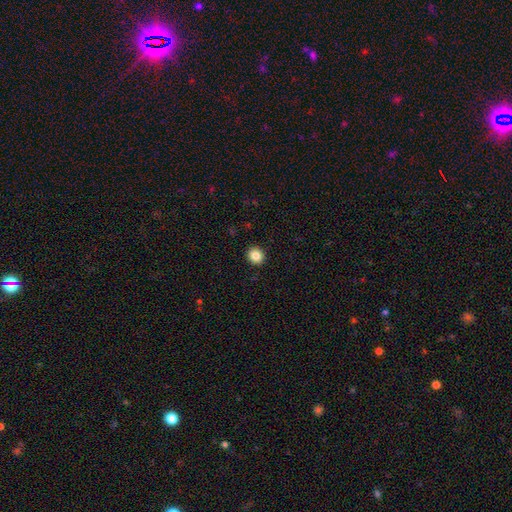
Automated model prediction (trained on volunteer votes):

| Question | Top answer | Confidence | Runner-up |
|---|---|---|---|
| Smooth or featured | smooth | 85% | star or artifact (10%) |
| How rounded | round | 87% | in between (12%) |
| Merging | none | 93% | minor disturbance (5%) |